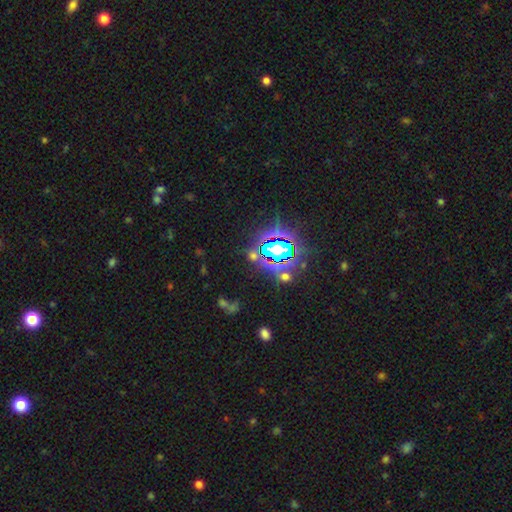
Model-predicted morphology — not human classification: smooth_or_featured: star or artifact (p=0.75) [alt: smooth p=0.16]